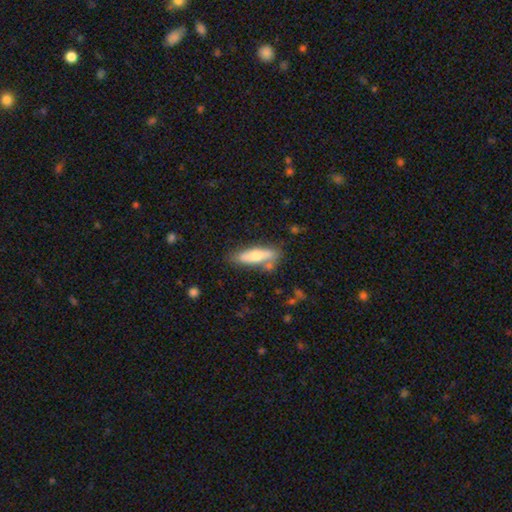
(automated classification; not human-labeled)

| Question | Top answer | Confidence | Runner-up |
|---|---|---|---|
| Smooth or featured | smooth | 61% | featured or disk (33%) |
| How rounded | cigar-shaped | 49% | in between (48%) |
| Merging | none | 69% | minor disturbance (17%) |